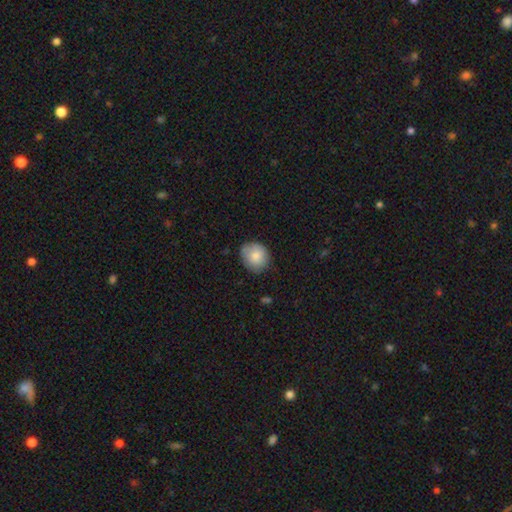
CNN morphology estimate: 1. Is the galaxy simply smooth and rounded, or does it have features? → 82% smooth, 10% featured or disk, 8% star or artifact.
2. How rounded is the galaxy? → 72% round, 27% in between, 1% cigar-shaped.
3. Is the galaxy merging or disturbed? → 73% none, 22% minor disturbance, 4% major disturbance, 1% merger.